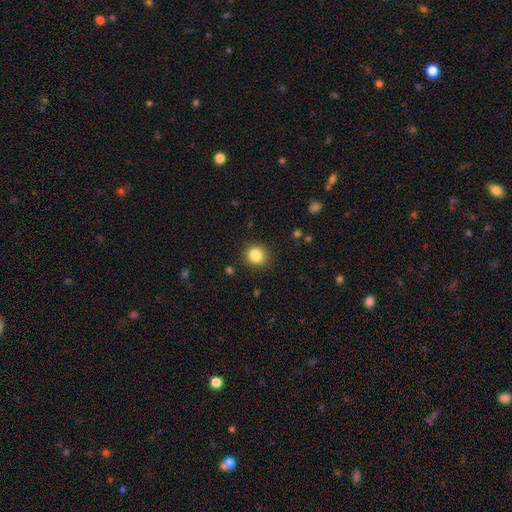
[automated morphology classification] Smooth or featured: smooth — 85% (star or artifact — 10%)
How rounded: round — 73% (in between — 27%)
Merging: none — 86% (minor disturbance — 9%)